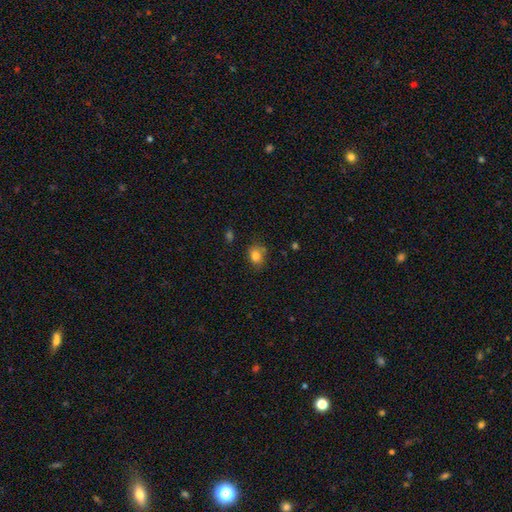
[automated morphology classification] This appears to be a smooth galaxy with no disk features (82%) that is round (54%). Merging: none (69%).